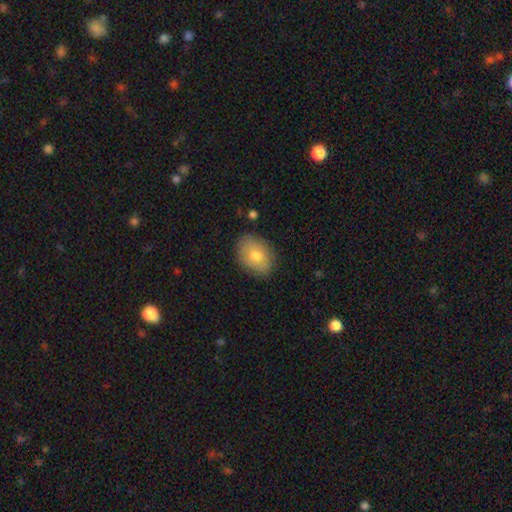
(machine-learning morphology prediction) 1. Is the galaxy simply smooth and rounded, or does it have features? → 74% smooth, 18% featured or disk, 7% star or artifact.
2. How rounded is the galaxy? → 78% in between, 21% round, 1% cigar-shaped.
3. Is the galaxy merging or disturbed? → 84% none, 12% minor disturbance, 2% major disturbance, 1% merger.